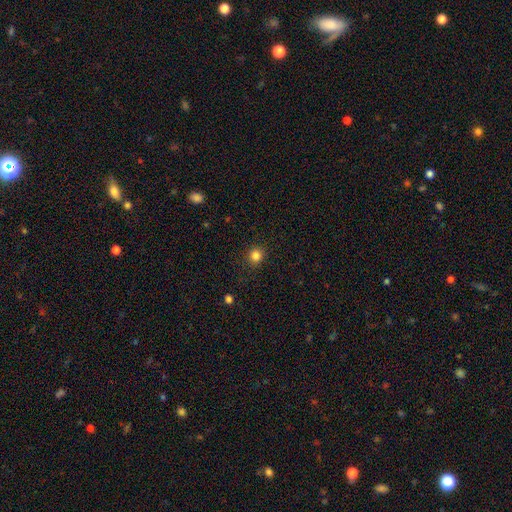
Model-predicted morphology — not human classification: Smooth or featured?
  - smooth: 84% *
  - star or artifact: 12%
  - featured or disk: 4%
How rounded?
  - round: 89% *
  - in between: 10%
  - cigar-shaped: 1%
Merging?
  - none: 89% *
  - minor disturbance: 7%
  - major disturbance: 2%
  - merger: 1%